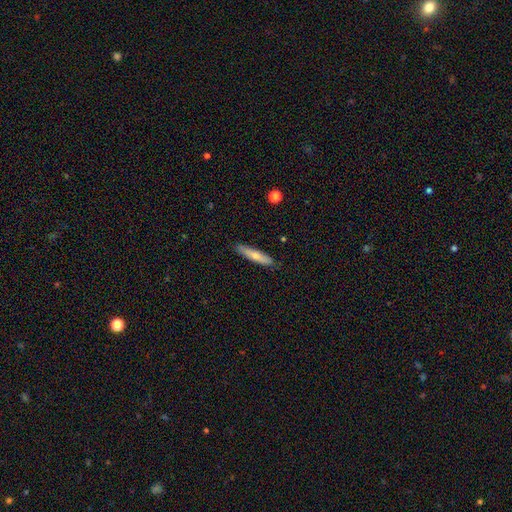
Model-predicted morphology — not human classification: smooth_or_featured: smooth (p=0.66) [alt: featured or disk p=0.28]
how_rounded: cigar-shaped (p=0.86) [alt: in between p=0.12]
merging: none (p=0.86) [alt: minor disturbance p=0.11]